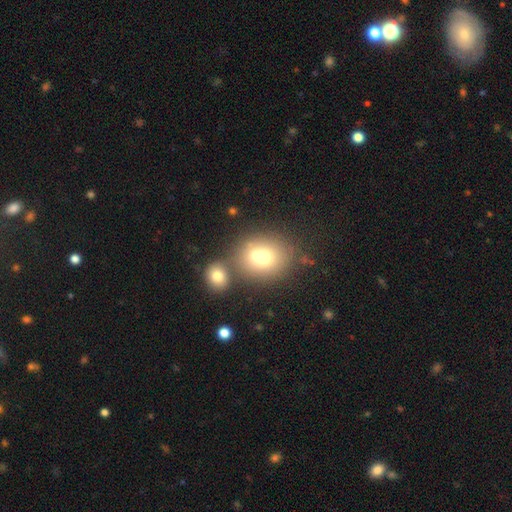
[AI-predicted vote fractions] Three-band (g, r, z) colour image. It shows a smooth galaxy with no disk features (71%) that is round (69%). Merging: none (44%).